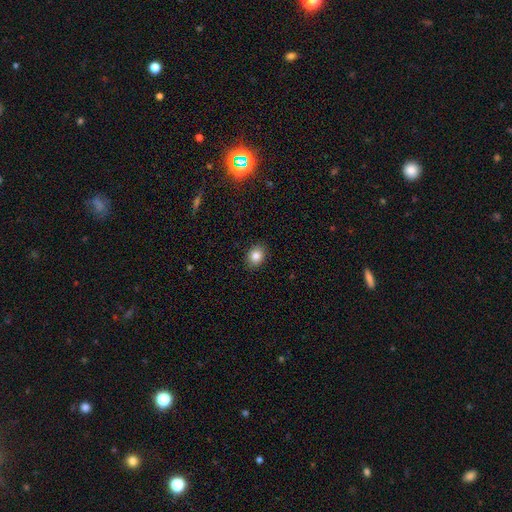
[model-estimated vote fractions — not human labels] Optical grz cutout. It shows a smooth galaxy with no disk features (84%) that is in between round and cigar-shaped (51%). Merging: none (89%).